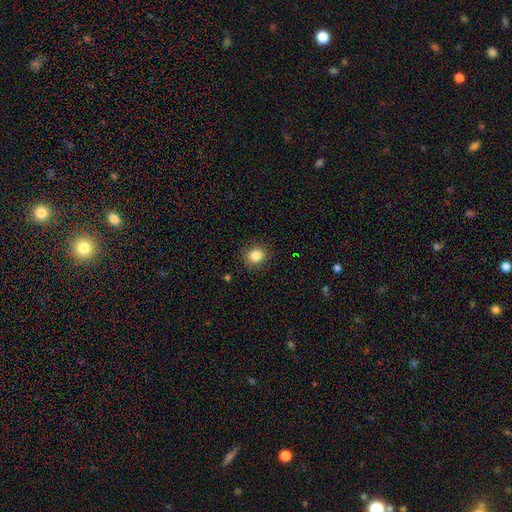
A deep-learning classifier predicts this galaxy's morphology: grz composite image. It shows a smooth galaxy with no disk features (85%) that is round (83%). Merging: none (89%).